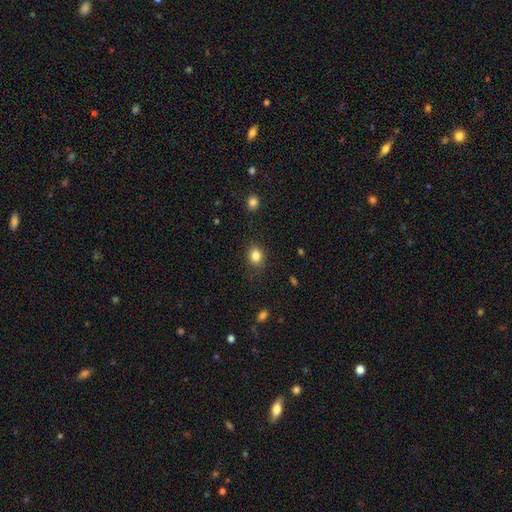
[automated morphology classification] smooth-or-featured: smooth: 84% | star or artifact: 11% | featured or disk: 5%
  how-rounded: round: 56% | in between: 43% | cigar-shaped: 1%
  merging: none: 85% | minor disturbance: 10% | major disturbance: 3% | merger: 1%